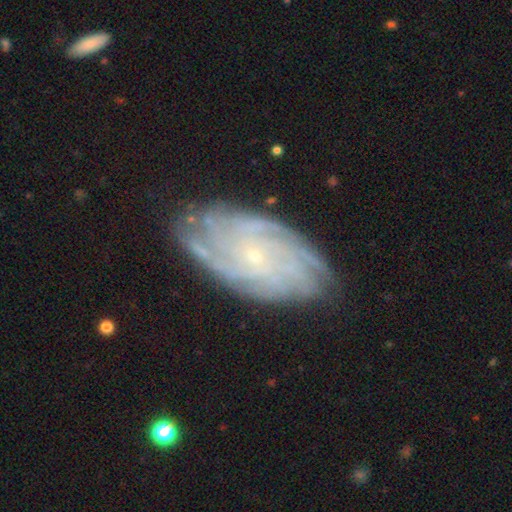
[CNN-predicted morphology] Overall: featured or disk (83%). Edge-on disk: no (95%). Bar: no (76%). Spiral arms: yes (96%). Spiral arm count: can't tell (32%; more than 4 23%). Spiral winding: tight (73%). Bulge size: small (87%). Merging: none (80%).